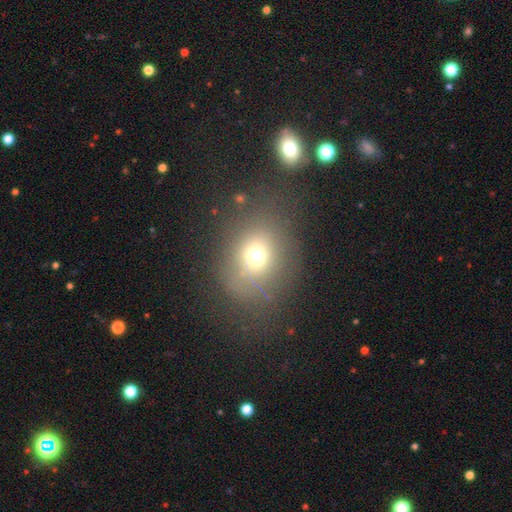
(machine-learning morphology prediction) type=smooth (67%); roundness=round (71%); merging=none (70%).